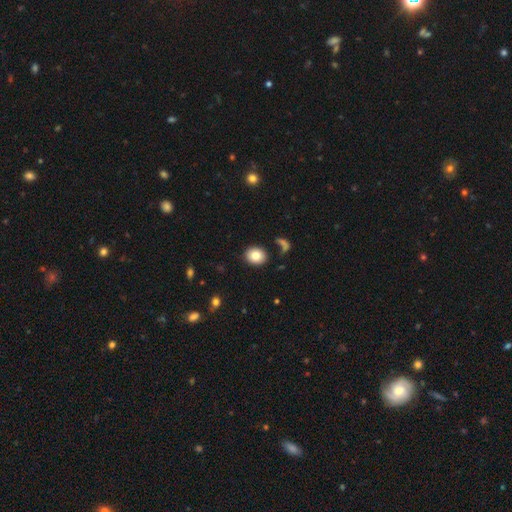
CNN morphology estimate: Smooth or featured? Predicted: smooth (p=0.83). How rounded? Predicted: round (p=0.60). Merging? Predicted: none (p=0.84).